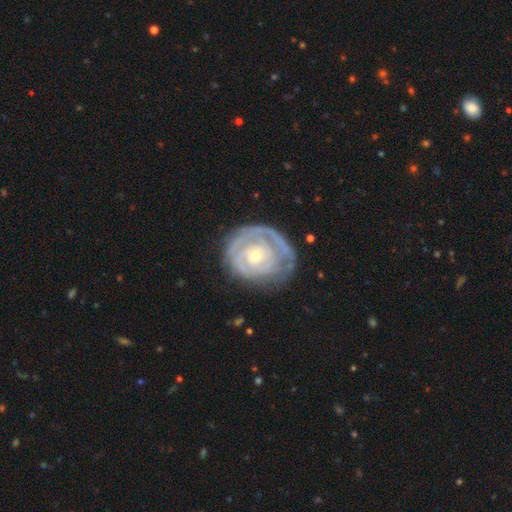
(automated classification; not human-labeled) The model was most divided on "spiral arm count": can't tell: 47%, 2: 20%, 1: 14%, 3: 10%, 4: 5%, more than 4: 4%. More confident: edge-on disk — no (97%); spiral arms — yes (79%); smooth or featured — featured or disk (79%); spiral winding — tight (78%); bar — no (76%); merging — none (65%); bulge size — small (63%).